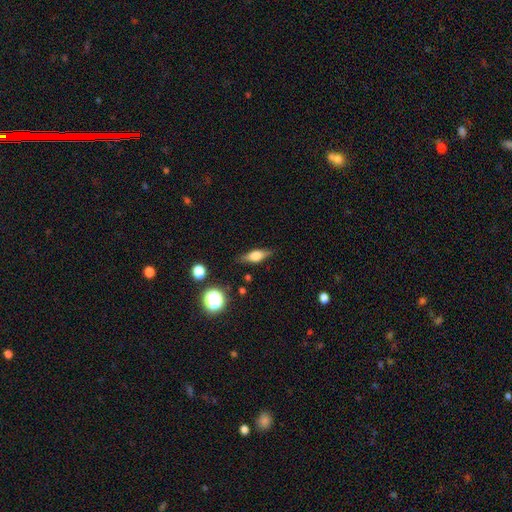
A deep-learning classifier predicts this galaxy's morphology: smooth-or-featured: smooth: 47% | featured or disk: 44% | star or artifact: 9%
  merging: none: 82% | minor disturbance: 13% | major disturbance: 3% | merger: 2%